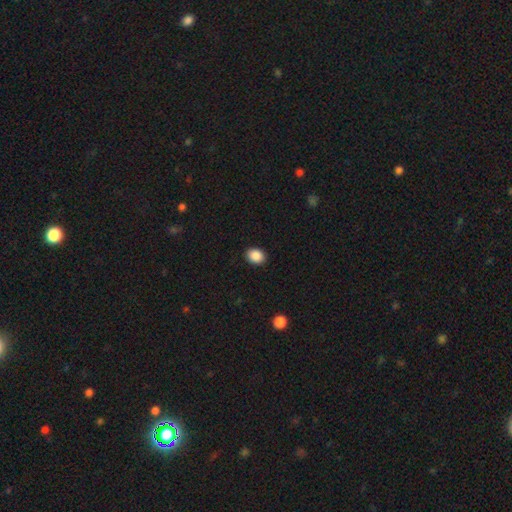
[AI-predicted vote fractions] A smooth galaxy with no disk features (89%) that is in between round and cigar-shaped (56%).

Vote fractions:
- Smooth or featured? smooth: 89% / star or artifact: 8% / featured or disk: 3%
- How rounded? in between: 56% / round: 43% / cigar-shaped: 1%
- Merging? none: 91% / minor disturbance: 6% / major disturbance: 2% / merger: 1%